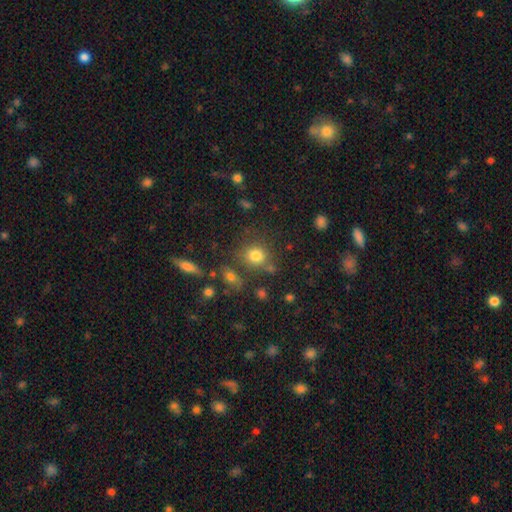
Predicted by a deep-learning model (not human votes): smooth 78%, star or artifact 14%, featured or disk 8%. Down the decision tree: how rounded — round (80%); merging — none (69%).